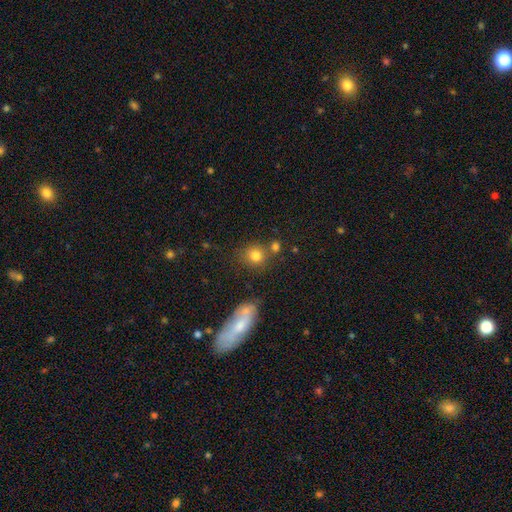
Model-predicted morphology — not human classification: Smooth or featured?
  - smooth: 79% *
  - star or artifact: 12%
  - featured or disk: 8%
How rounded?
  - round: 82% *
  - in between: 17%
  - cigar-shaped: 1%
Merging?
  - none: 68% *
  - merger: 16%
  - minor disturbance: 12%
  - major disturbance: 4%